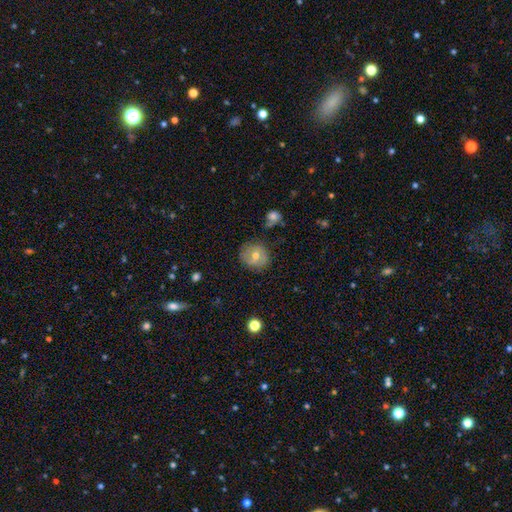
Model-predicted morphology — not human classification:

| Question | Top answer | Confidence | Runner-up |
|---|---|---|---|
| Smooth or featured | smooth | 55% | featured or disk (36%) |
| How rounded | round | 86% | in between (13%) |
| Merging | none | 73% | minor disturbance (19%) |